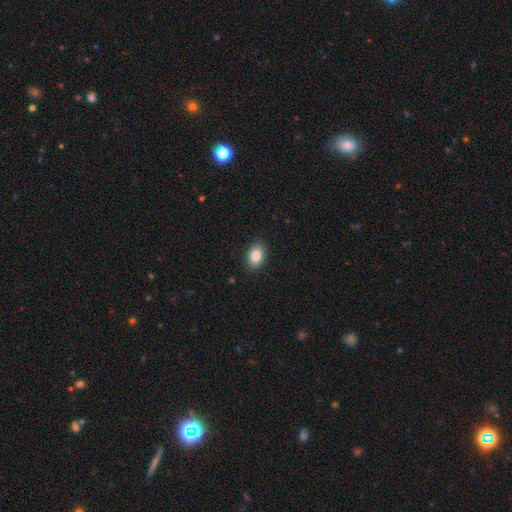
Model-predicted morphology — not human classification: A smooth galaxy with no disk features (86%) that is in between round and cigar-shaped (86%). Merging: none (89%).